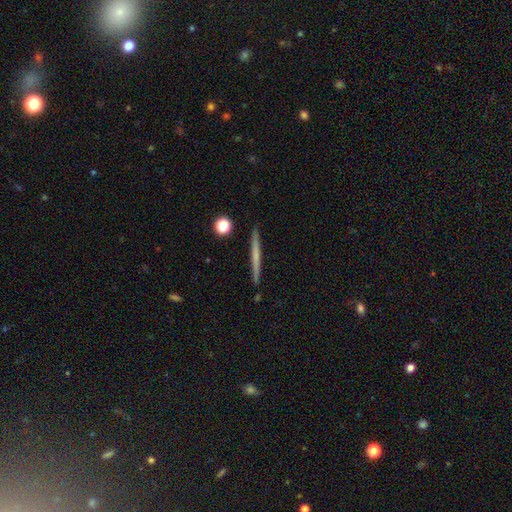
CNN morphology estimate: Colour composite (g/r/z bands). It shows a featured or disk galaxy (47%, tied with smooth). Merging: none (91%).